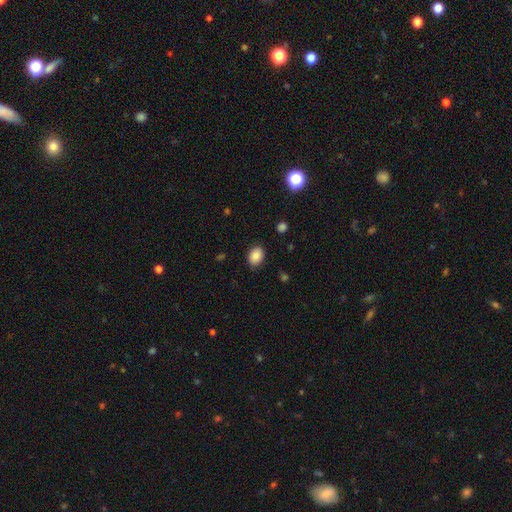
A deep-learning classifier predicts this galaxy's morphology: This appears to be a smooth galaxy with no disk features (86%) that is in between round and cigar-shaped (70%). Merging: none (84%).